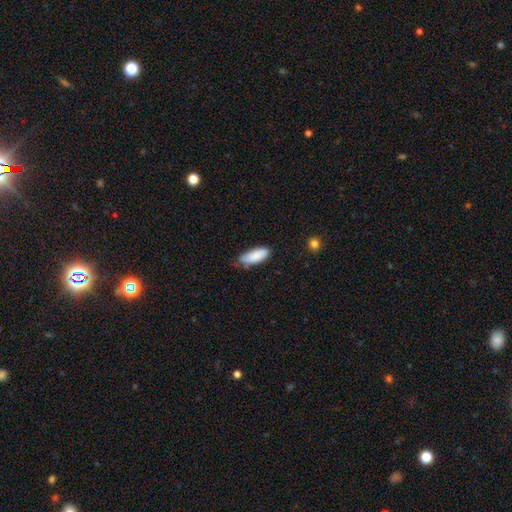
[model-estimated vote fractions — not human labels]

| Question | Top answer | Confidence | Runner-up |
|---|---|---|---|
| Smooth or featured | smooth | 87% | featured or disk (7%) |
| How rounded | in between | 74% | cigar-shaped (24%) |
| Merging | none | 58% | minor disturbance (33%) |